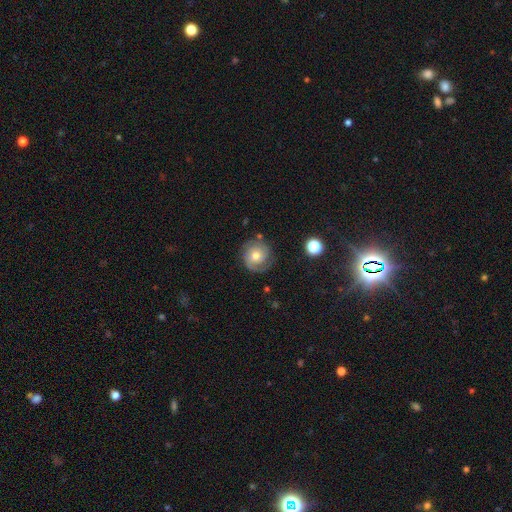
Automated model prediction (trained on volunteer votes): smooth_or_featured: featured or disk (p=0.65) [alt: smooth p=0.27]
disk_edge_on: no (p=0.97) [alt: yes p=0.03]
bar: no (p=0.76) [alt: weak p=0.21]
has_spiral_arms: yes (p=0.89) [alt: no p=0.11]
spiral_winding: tight (p=0.59) [alt: medium p=0.31]
spiral_arm_count: 2 (p=0.57) [alt: can't tell p=0.18]
bulge_size: moderate (p=0.68) [alt: small p=0.24]
merging: none (p=0.74) [alt: minor disturbance p=0.16]